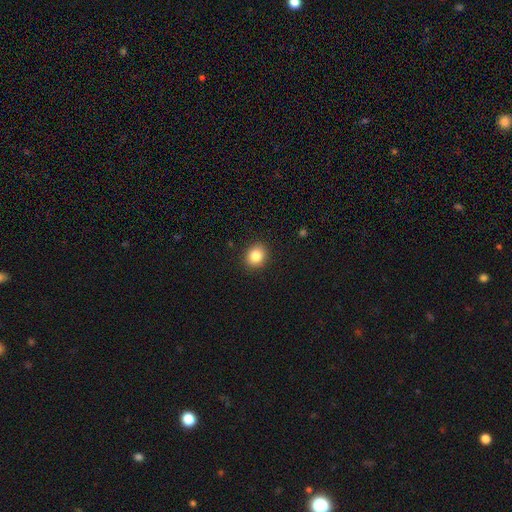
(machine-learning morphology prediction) Q: Smooth or featured?
A: smooth (84%); runner-up: star or artifact (10%)
Q: How rounded?
A: round (73%); runner-up: in between (27%)
Q: Merging?
A: none (91%); runner-up: minor disturbance (6%)